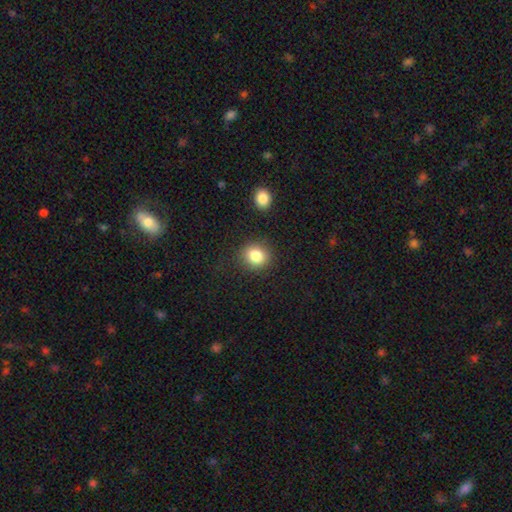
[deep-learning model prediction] Smooth or featured? Predicted: smooth (p=0.83). How rounded? Predicted: round (p=0.75). Merging? Predicted: none (p=0.86).